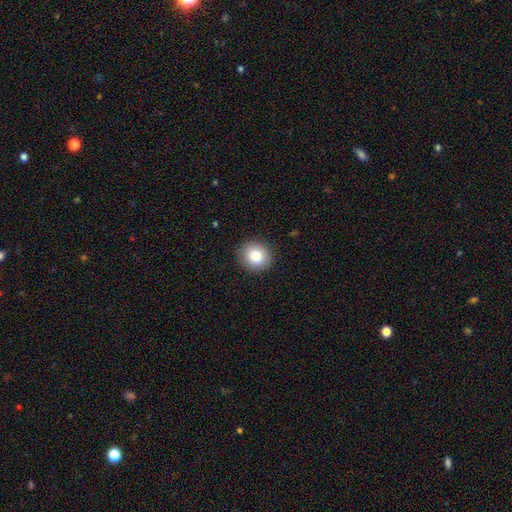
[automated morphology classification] The model was most divided on "how rounded": round: 85%, in between: 14%, cigar-shaped: 1%. More confident: merging — none (90%); smooth or featured — smooth (82%).